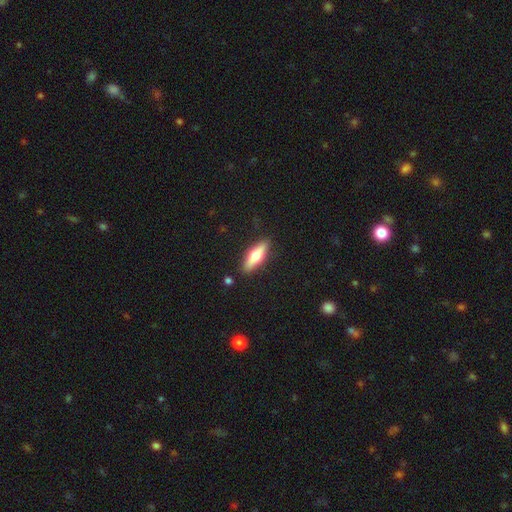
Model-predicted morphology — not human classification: Smooth or featured? smooth (55%)
How rounded? cigar-shaped (52%)
Merging? none (87%)